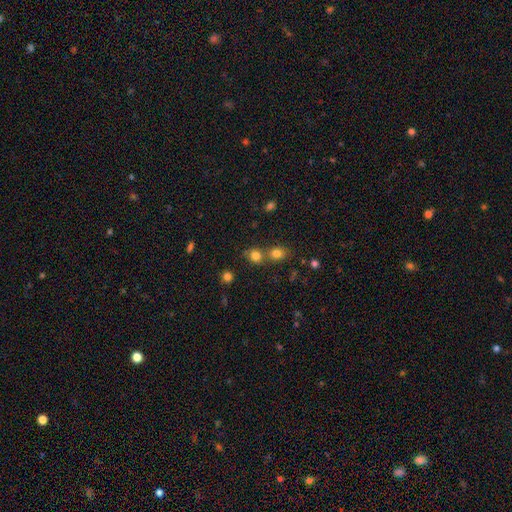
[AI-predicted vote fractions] A smooth galaxy with no disk features (79%) that is round (77%). Merging: none (55%).